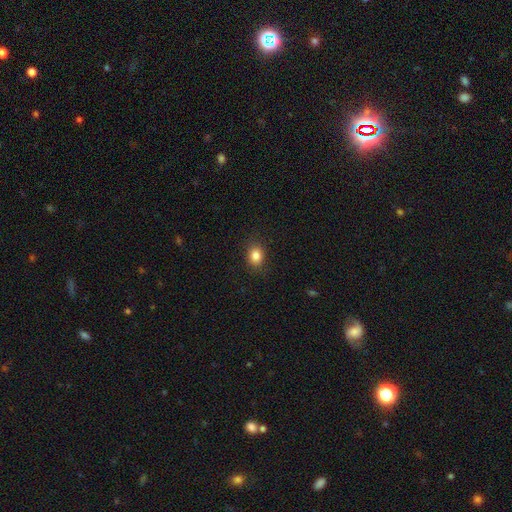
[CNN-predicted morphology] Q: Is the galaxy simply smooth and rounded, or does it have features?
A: smooth — 84%.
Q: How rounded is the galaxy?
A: in between — 55%.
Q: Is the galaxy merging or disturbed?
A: none — 87%.